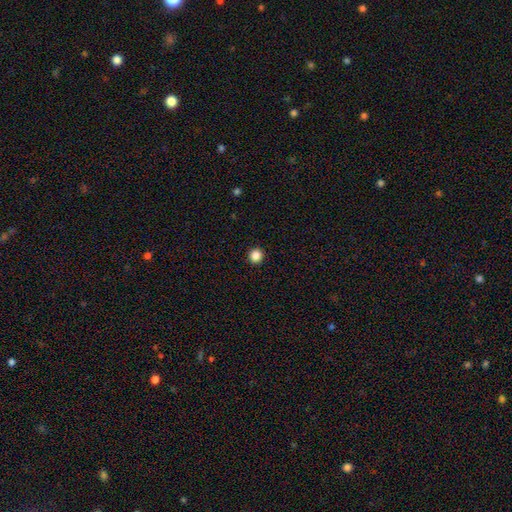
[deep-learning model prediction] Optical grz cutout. It shows a smooth galaxy with no disk features (86%) that is round (95%). Merging: none (94%).